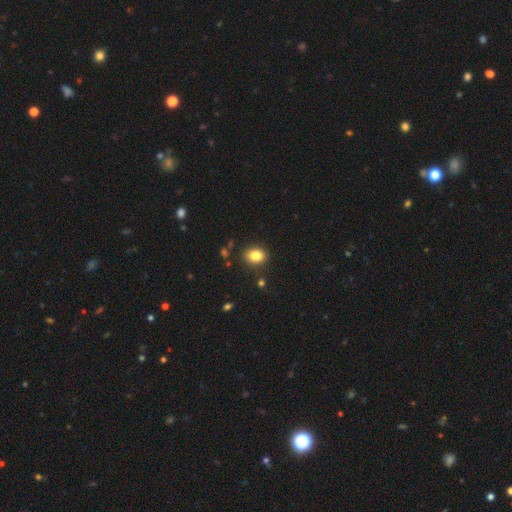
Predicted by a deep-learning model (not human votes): Morphology: type=smooth (84%); roundness=in between (59%); merging=none (86%).